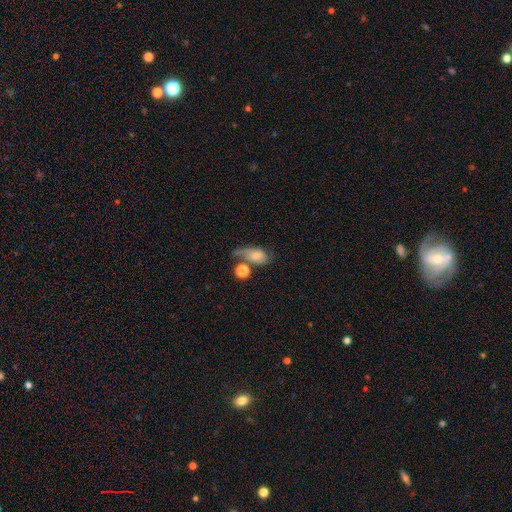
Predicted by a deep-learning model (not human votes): The model was most divided on "merging": none: 28%, major disturbance: 26%, merger: 24%, minor disturbance: 22%. More confident: how rounded — in between (75%); smooth or featured — smooth (60%).